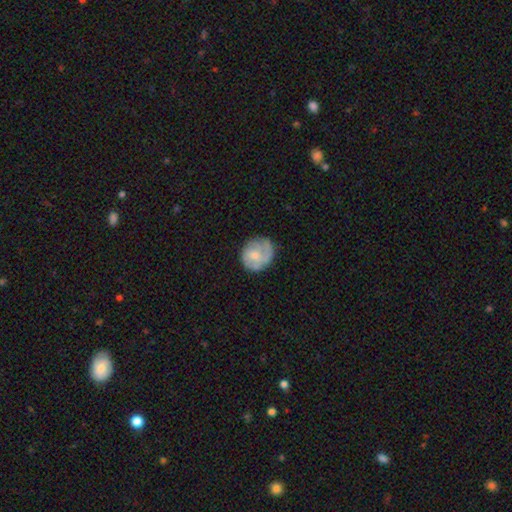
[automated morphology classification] Smooth or featured: featured or disk — 48% (smooth — 45%)
Merging: none — 66% (minor disturbance — 23%)